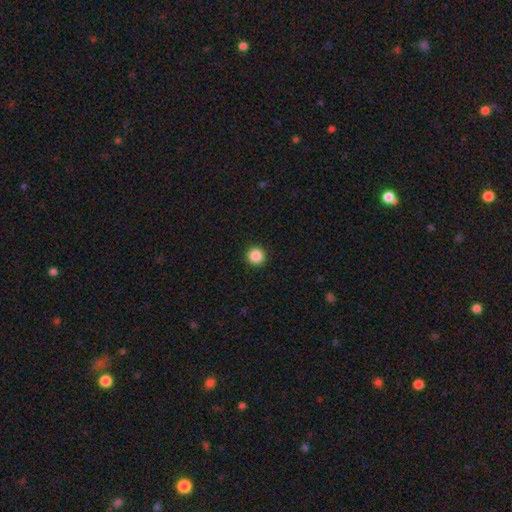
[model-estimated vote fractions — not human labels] The model was most divided on "smooth or featured": smooth: 87%, star or artifact: 10%, featured or disk: 3%. More confident: how rounded — round (96%); merging — none (93%).